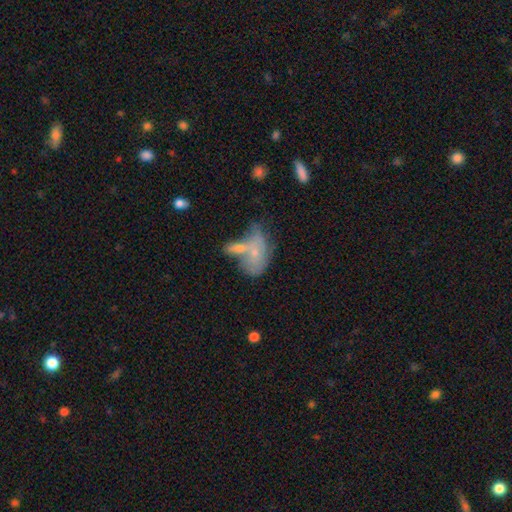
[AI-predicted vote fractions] This is possibly a smooth galaxy (50%). How rounded: clearly in between (85%). Merging: possibly merger (49%).